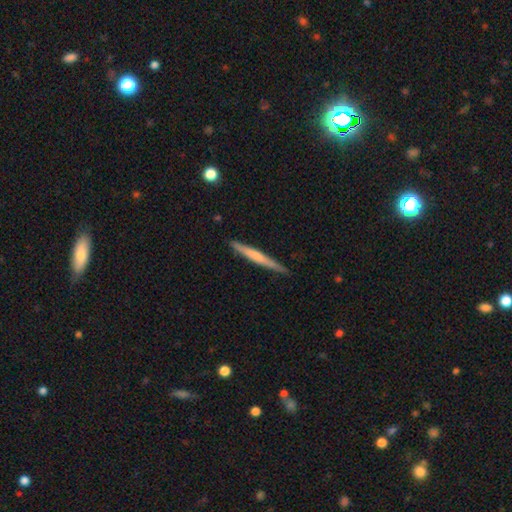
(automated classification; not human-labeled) The model was most divided on "smooth or featured": smooth: 51%, featured or disk: 44%, star or artifact: 5%. More confident: how rounded — cigar-shaped (97%); merging — none (88%).